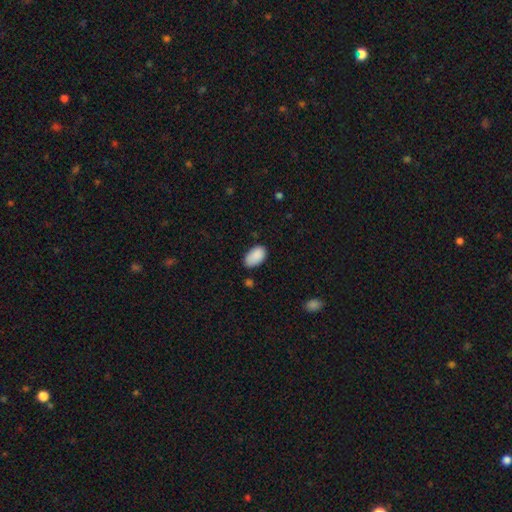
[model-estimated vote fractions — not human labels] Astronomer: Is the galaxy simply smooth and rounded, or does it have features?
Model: smooth — 89%.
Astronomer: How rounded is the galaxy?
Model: in between — 94%.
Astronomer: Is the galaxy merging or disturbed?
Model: none — 72%.